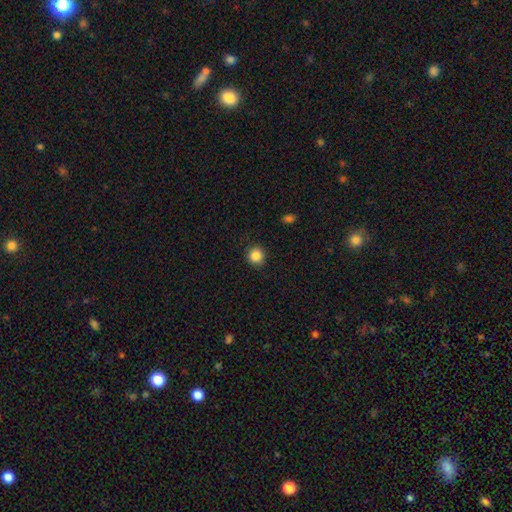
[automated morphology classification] This is clearly a smooth galaxy (86%). How rounded: clearly round (92%). Merging: clearly none (88%).